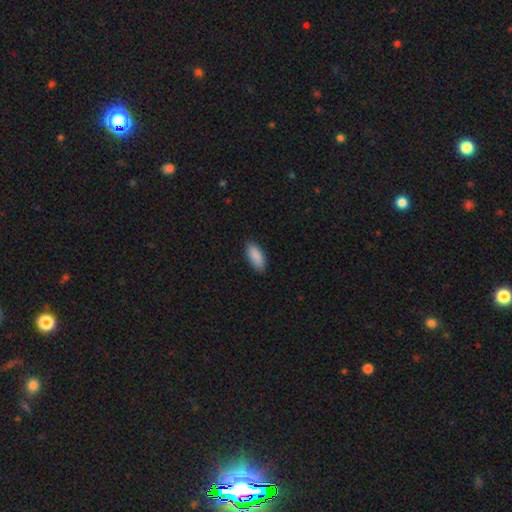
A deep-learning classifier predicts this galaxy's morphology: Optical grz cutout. It shows a smooth galaxy with no disk features (90%) that is in between round and cigar-shaped (85%). Merging: none (84%).